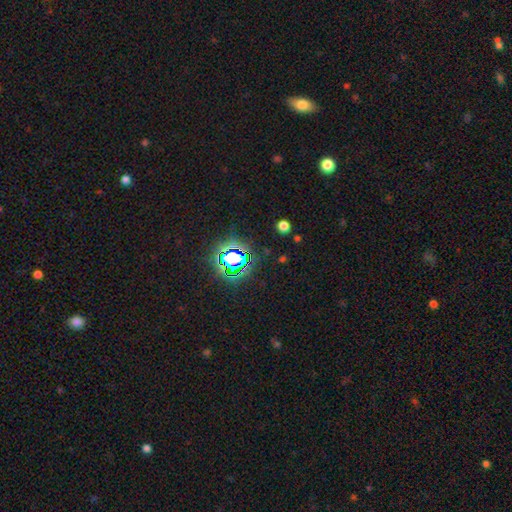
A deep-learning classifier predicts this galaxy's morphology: smooth-or-featured: star or artifact: 80% | smooth: 13% | featured or disk: 7%